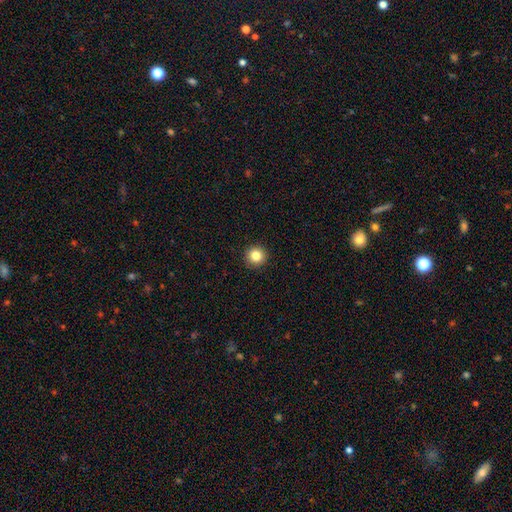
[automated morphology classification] A smooth galaxy with no disk features (83%) that is round (95%).

Vote fractions:
- Smooth or featured? smooth: 83% / star or artifact: 11% / featured or disk: 6%
- How rounded? round: 95% / in between: 4% / cigar-shaped: 1%
- Merging? none: 93% / minor disturbance: 4% / major disturbance: 1% / merger: 1%